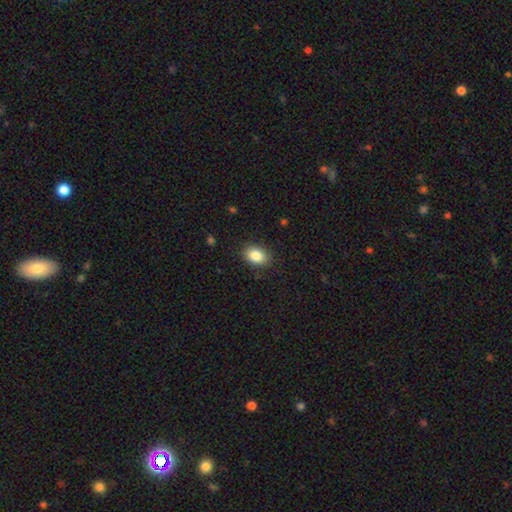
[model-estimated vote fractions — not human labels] A smooth galaxy with no disk features (86%) that is in between round and cigar-shaped (82%).

Vote fractions:
- Smooth or featured? smooth: 86% / star or artifact: 8% / featured or disk: 6%
- How rounded? in between: 82% / round: 17% / cigar-shaped: 1%
- Merging? none: 87% / minor disturbance: 10% / major disturbance: 2% / merger: 1%